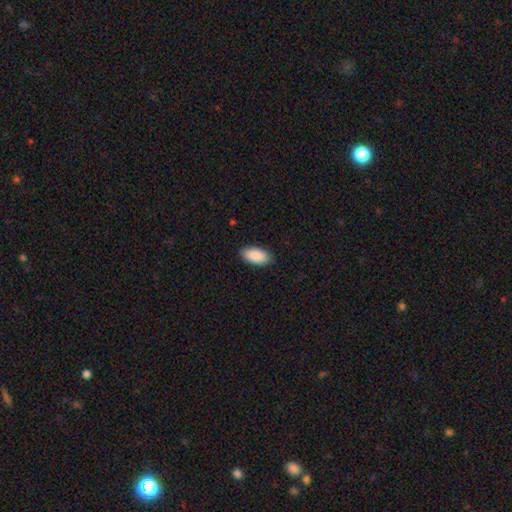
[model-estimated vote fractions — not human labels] This appears to be a smooth galaxy with no disk features (90%) that is in between round and cigar-shaped (94%). Merging: none (88%).